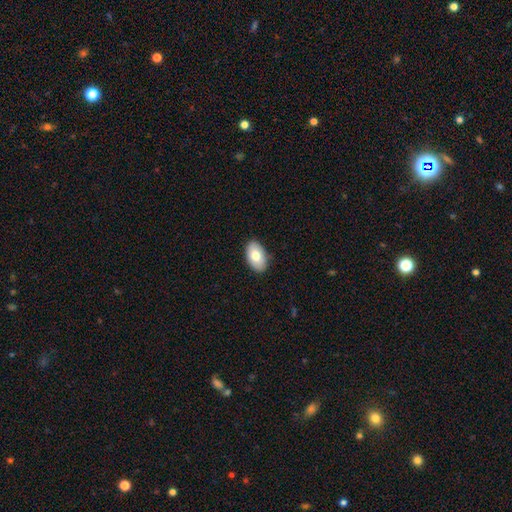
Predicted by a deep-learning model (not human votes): A smooth galaxy with no disk features (75%) that is in between round and cigar-shaped (93%).

Vote fractions:
- Smooth or featured? smooth: 75% / featured or disk: 18% / star or artifact: 6%
- How rounded? in between: 93% / round: 6% / cigar-shaped: 1%
- Merging? none: 87% / minor disturbance: 10% / major disturbance: 2% / merger: 1%